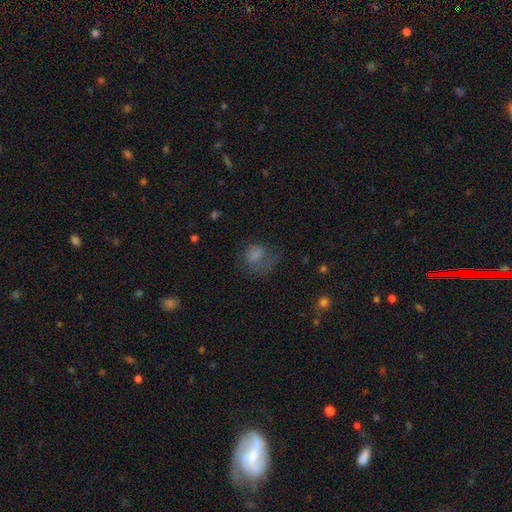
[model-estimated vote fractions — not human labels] The model was most divided on "how rounded": round: 52%, in between: 46%, cigar-shaped: 1%. Remaining: smooth or featured — smooth (65%); merging — major disturbance (44%).